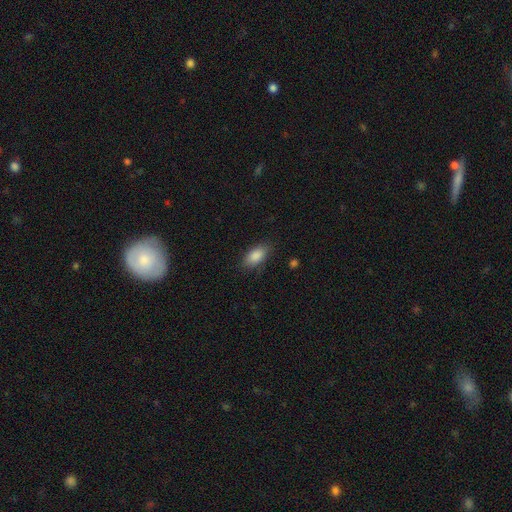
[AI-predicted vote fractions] Morphology: type=smooth (87%); roundness=in between (90%); merging=none (81%).